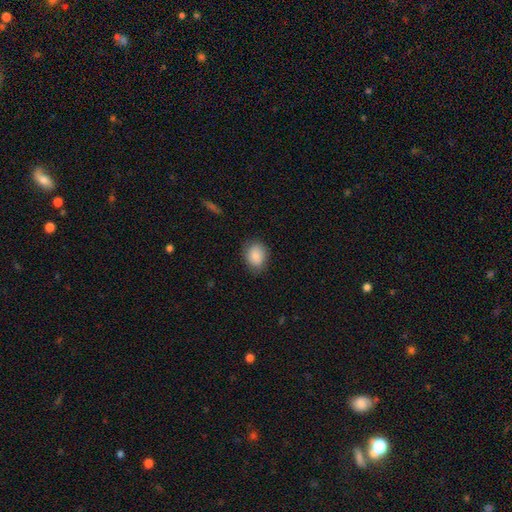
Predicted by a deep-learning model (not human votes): Smooth or featured? Predicted: smooth (p=0.84). How rounded? Predicted: in between (p=0.54). Merging? Predicted: none (p=0.79).